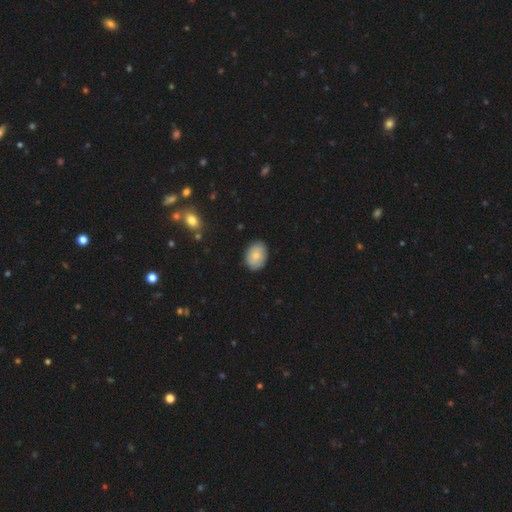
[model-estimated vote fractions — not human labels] A smooth galaxy with no disk features (77%) that is in between round and cigar-shaped (75%).

Vote fractions:
- Smooth or featured? smooth: 77% / featured or disk: 16% / star or artifact: 7%
- How rounded? in between: 75% / round: 24% / cigar-shaped: 1%
- Merging? none: 83% / minor disturbance: 13% / major disturbance: 2% / merger: 1%